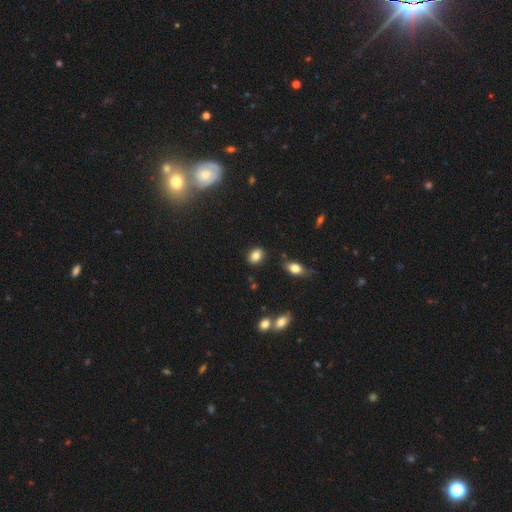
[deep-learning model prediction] Overall: smooth (84%). How rounded: in between (63%; round 35%). Merging: none (85%).